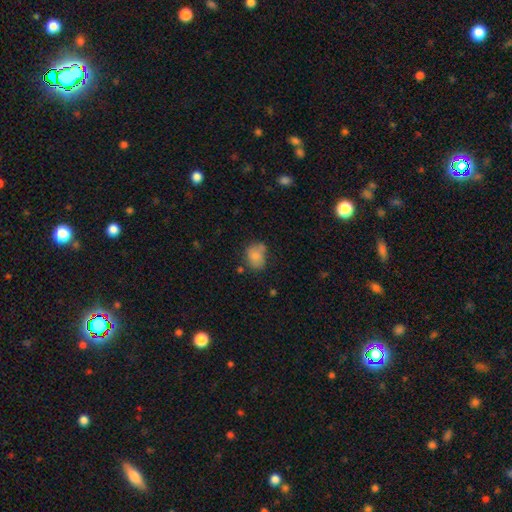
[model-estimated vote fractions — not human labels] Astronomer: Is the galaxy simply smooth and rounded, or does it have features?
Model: smooth — 77%.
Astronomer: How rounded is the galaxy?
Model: in between — 59% (runner-up: round, 40%).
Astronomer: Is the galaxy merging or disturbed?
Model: none — 49% (runner-up: minor disturbance, 30%).